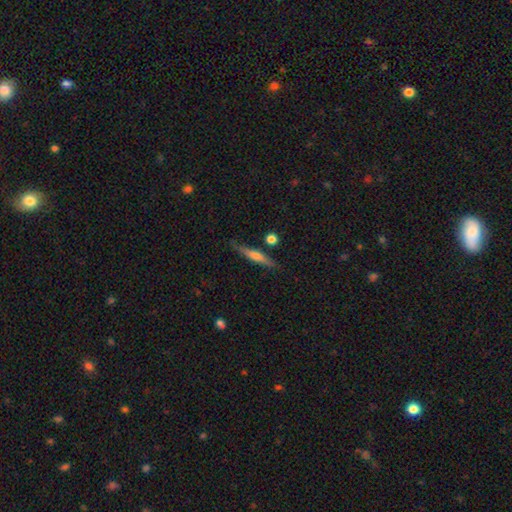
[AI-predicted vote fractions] Morphology: type=featured or disk (53%); edge-on=yes (95%); merging=none (80%).